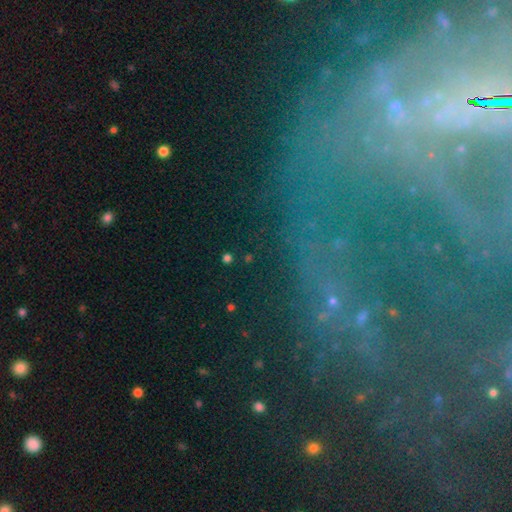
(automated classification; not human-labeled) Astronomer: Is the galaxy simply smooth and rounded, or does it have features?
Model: featured or disk — 54% (runner-up: star or artifact, 30%).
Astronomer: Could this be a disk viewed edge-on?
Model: no — 84%.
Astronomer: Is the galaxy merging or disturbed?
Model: none — 70%.